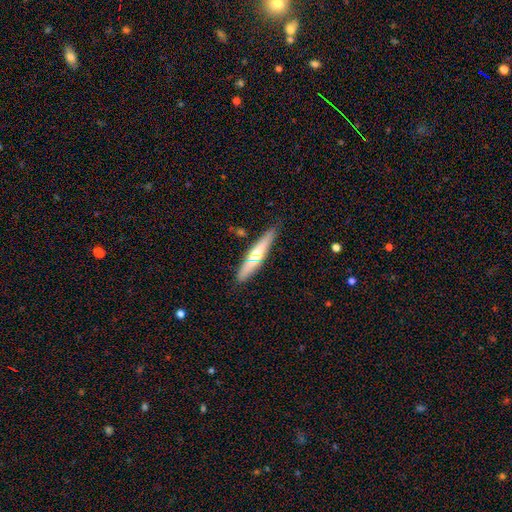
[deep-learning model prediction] smooth-or-featured: smooth: 53% | featured or disk: 40% | star or artifact: 7%
  how-rounded: cigar-shaped: 86% | in between: 12% | round: 2%
  merging: none: 84% | minor disturbance: 10% | merger: 4% | major disturbance: 2%